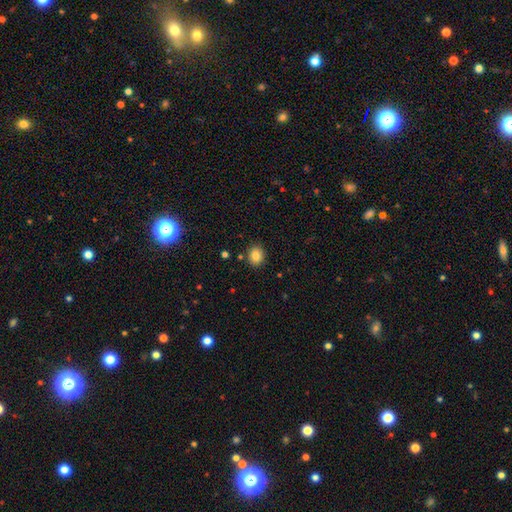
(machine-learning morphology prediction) Smooth or featured?
  - smooth: 82% *
  - star or artifact: 10%
  - featured or disk: 7%
How rounded?
  - round: 66% *
  - in between: 33%
  - cigar-shaped: 1%
Merging?
  - none: 88% *
  - minor disturbance: 8%
  - merger: 2%
  - major disturbance: 2%